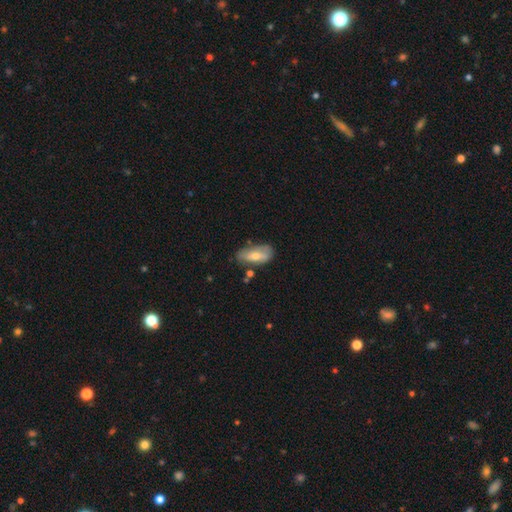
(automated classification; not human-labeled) Overall: smooth (60%; featured or disk 33%). How rounded: in between (82%). Merging: none (62%; minor disturbance 25%).